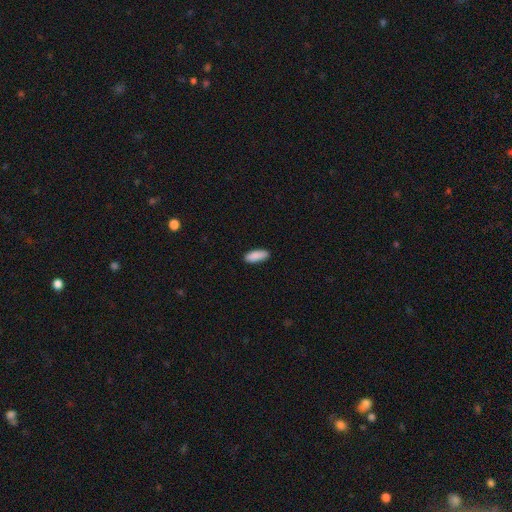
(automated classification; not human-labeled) Q: Smooth or featured?
A: smooth (90%); runner-up: star or artifact (6%)
Q: How rounded?
A: in between (74%); runner-up: cigar-shaped (24%)
Q: Merging?
A: none (88%); runner-up: minor disturbance (9%)